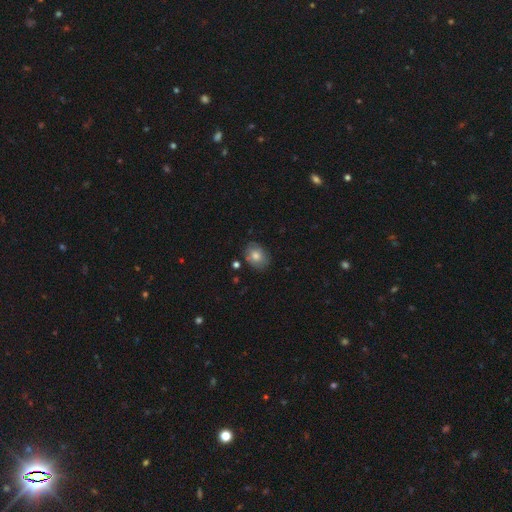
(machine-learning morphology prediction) This appears to be a smooth galaxy with no disk features (73%) that is in between round and cigar-shaped (62%). Merging: none (75%).